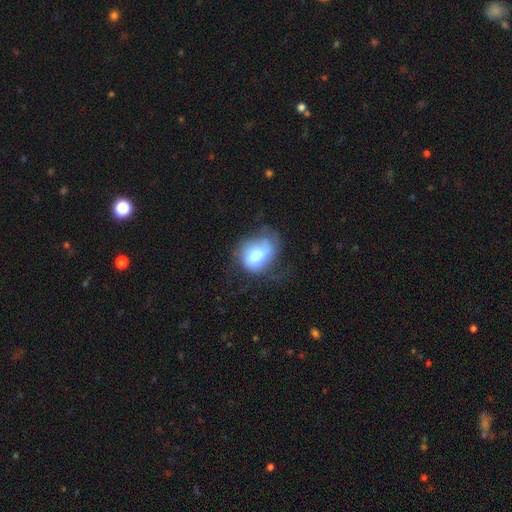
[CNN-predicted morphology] smooth 61%, featured or disk 30%, star or artifact 9%. Down the decision tree: how rounded — in between (53%); merging — none (38%).